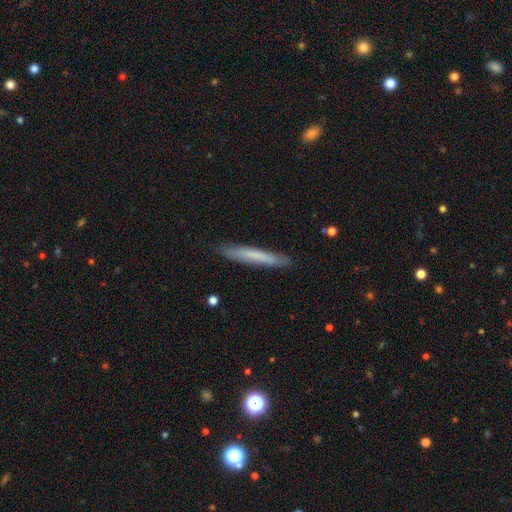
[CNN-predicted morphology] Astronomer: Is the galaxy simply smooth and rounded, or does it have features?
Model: smooth — 67%.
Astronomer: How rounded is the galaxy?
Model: cigar-shaped — 95%.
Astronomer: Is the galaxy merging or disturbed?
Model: none — 87%.